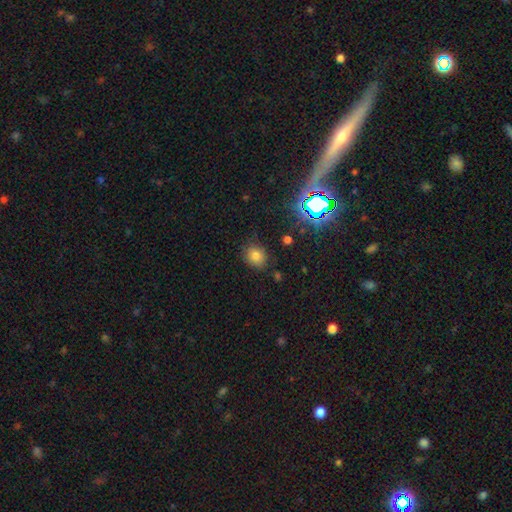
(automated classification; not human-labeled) Smooth or featured? smooth (74%)
How rounded? round (65%)
Merging? none (82%)